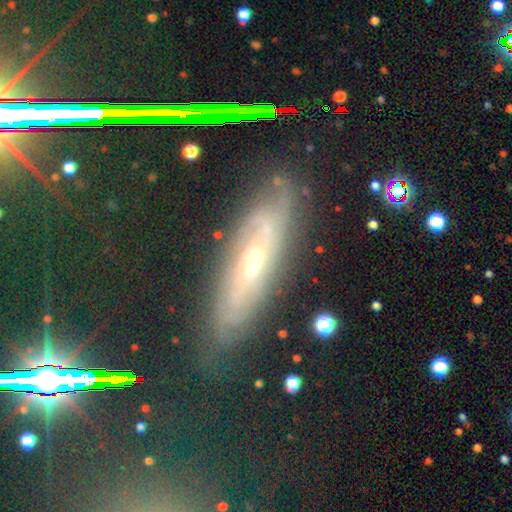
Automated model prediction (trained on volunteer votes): Smooth or featured?
  - featured or disk: 69% *
  - star or artifact: 16%
  - smooth: 16%
Edge-on disk?
  - no: 65% *
  - yes: 35%
Merging?
  - none: 78% *
  - minor disturbance: 15%
  - major disturbance: 5%
  - merger: 2%